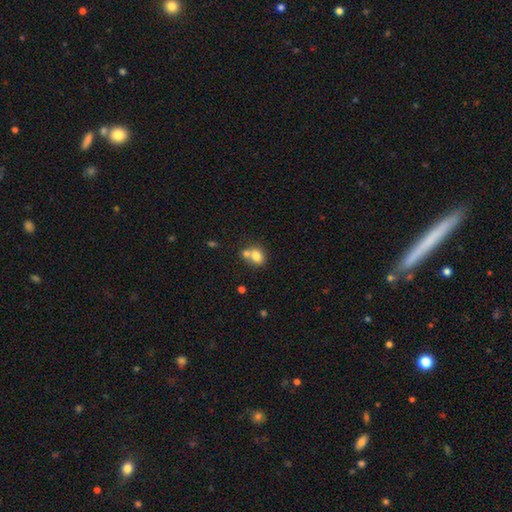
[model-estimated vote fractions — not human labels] This appears to be a smooth galaxy with no disk features (78%) that is round (51%). Merging: merger (46%).